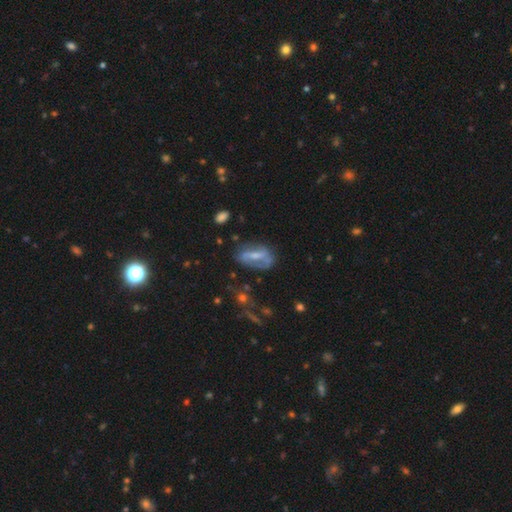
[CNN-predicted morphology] smooth_or_featured: featured or disk (p=0.56) [alt: smooth p=0.35]
disk_edge_on: no (p=0.86) [alt: yes p=0.14]
merging: none (p=0.56) [alt: minor disturbance p=0.25]